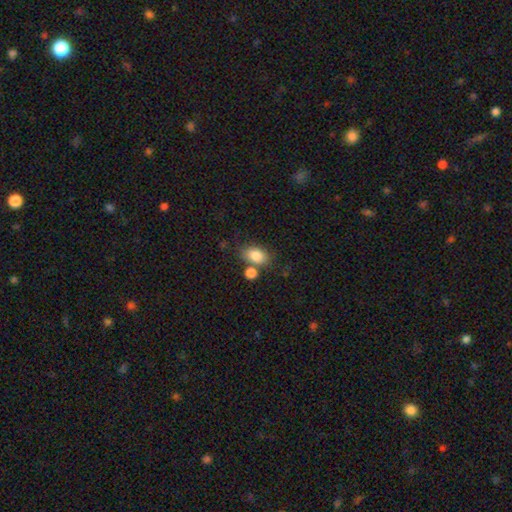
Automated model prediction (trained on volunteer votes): Smooth or featured?
  - smooth: 84% *
  - star or artifact: 9%
  - featured or disk: 8%
How rounded?
  - in between: 81% *
  - round: 17%
  - cigar-shaped: 2%
Merging?
  - none: 63% *
  - merger: 19%
  - minor disturbance: 14%
  - major disturbance: 5%